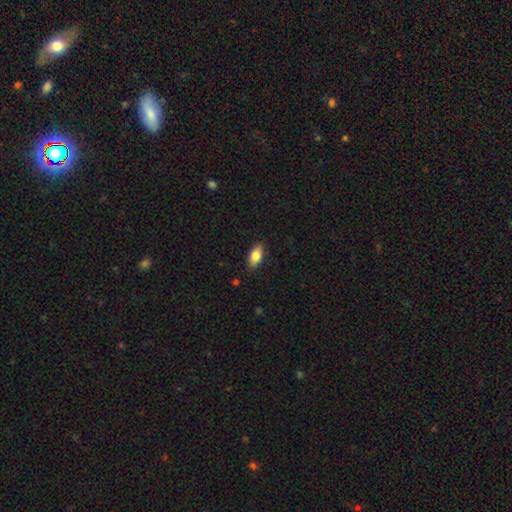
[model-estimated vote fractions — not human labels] This is clearly a smooth galaxy (80%). How rounded: clearly in between (88%). Merging: clearly none (87%).